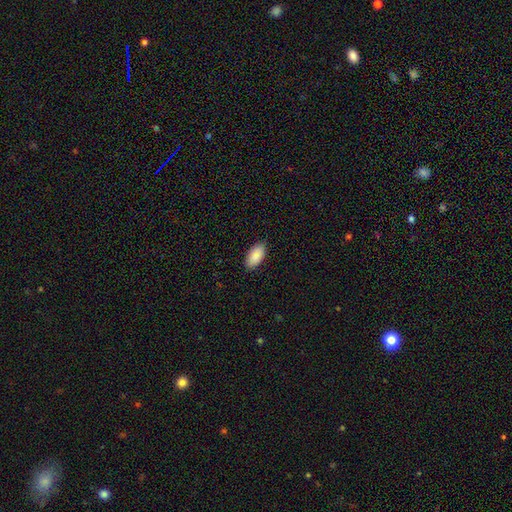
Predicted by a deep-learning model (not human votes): Smooth or featured?
  - smooth: 90% *
  - star or artifact: 6%
  - featured or disk: 4%
How rounded?
  - in between: 93% *
  - cigar-shaped: 5%
  - round: 2%
Merging?
  - none: 87% *
  - minor disturbance: 10%
  - major disturbance: 2%
  - merger: 1%